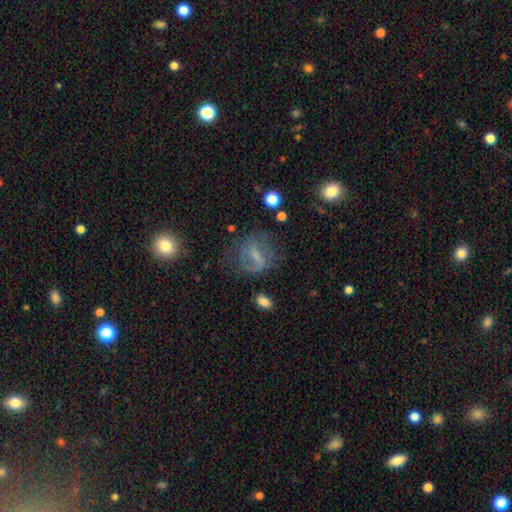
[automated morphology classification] This is possibly a featured or disk galaxy (51%). It is clearly not viewed edge-on (93%). Merging: possibly none (53%).